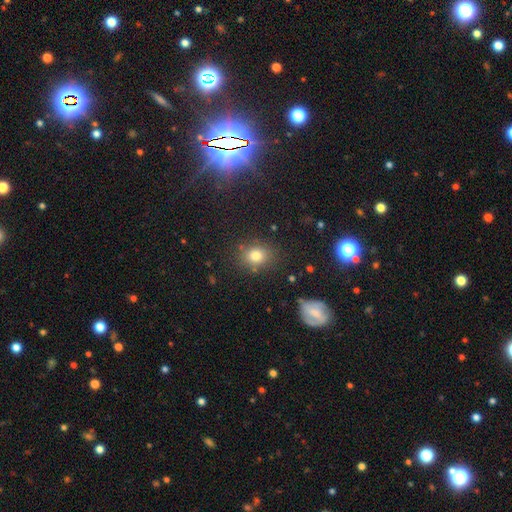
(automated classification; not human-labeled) smooth 79%, star or artifact 13%, featured or disk 8%. Down the decision tree: how rounded — round (53%); merging — none (80%).